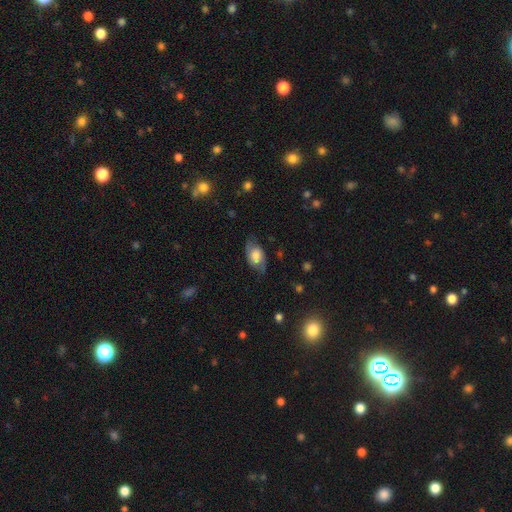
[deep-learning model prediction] featured or disk 47%, smooth 45%, star or artifact 8%. Down the decision tree: merging — none (68%).